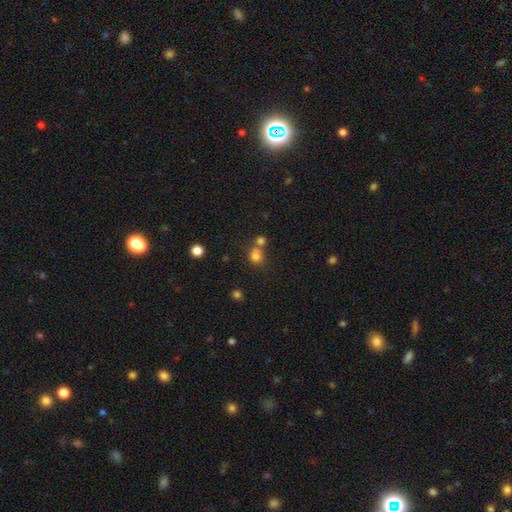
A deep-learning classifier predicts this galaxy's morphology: This is likely a smooth galaxy (78%). How rounded: likely round (76%). Merging: possibly none (48%).